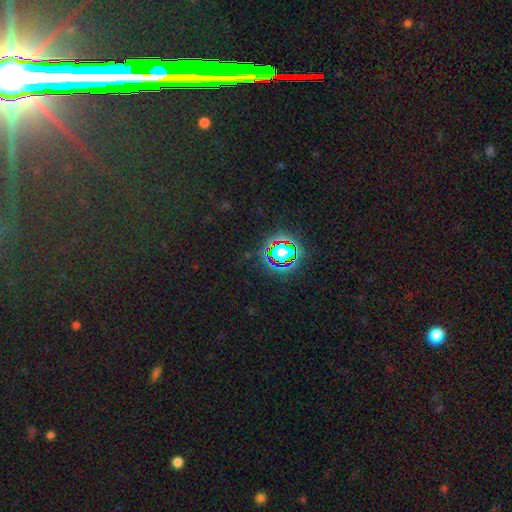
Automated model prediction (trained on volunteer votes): Q: Smooth or featured?
A: star or artifact (80%); runner-up: smooth (12%)